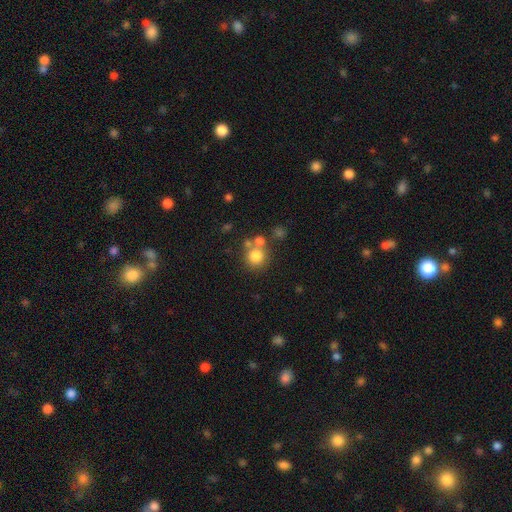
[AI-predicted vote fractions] Smooth or featured?
  - smooth: 77% *
  - star or artifact: 12%
  - featured or disk: 10%
How rounded?
  - round: 90% *
  - in between: 9%
  - cigar-shaped: 1%
Merging?
  - none: 61% *
  - merger: 25%
  - minor disturbance: 9%
  - major disturbance: 4%